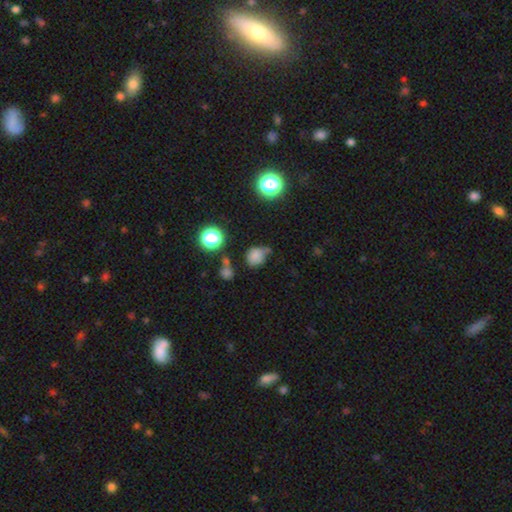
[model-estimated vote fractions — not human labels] A smooth galaxy with no disk features (75%) that is round (68%).

Vote fractions:
- Smooth or featured? smooth: 75% / star or artifact: 17% / featured or disk: 8%
- How rounded? round: 68% / in between: 30% / cigar-shaped: 1%
- Merging? none: 51% / minor disturbance: 27% / merger: 12% / major disturbance: 10%